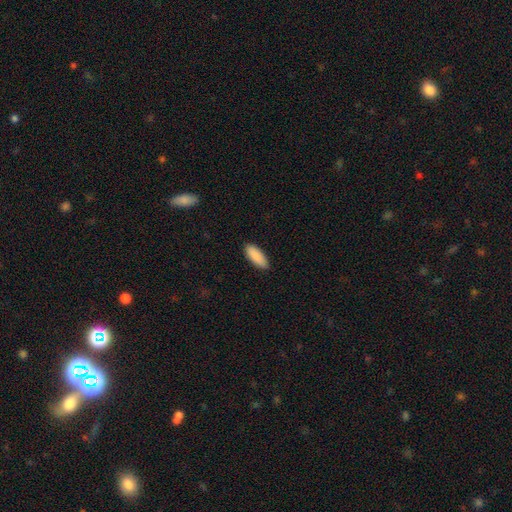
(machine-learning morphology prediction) smooth 90%, star or artifact 6%, featured or disk 4%. Down the decision tree: how rounded — in between (79%); merging — none (88%).